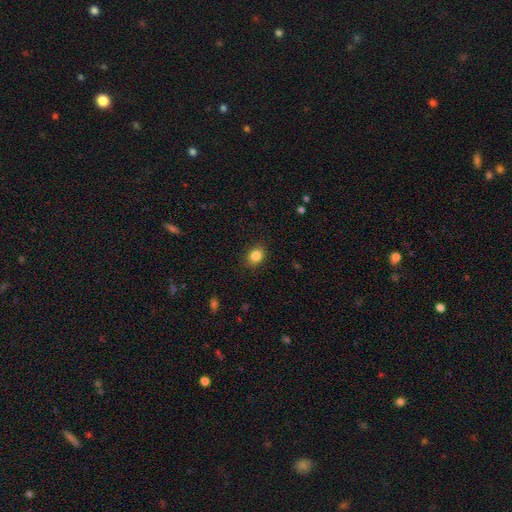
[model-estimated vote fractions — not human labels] Q: Smooth or featured?
A: smooth (85%); runner-up: star or artifact (10%)
Q: How rounded?
A: in between (51%); runner-up: round (48%)
Q: Merging?
A: none (88%); runner-up: minor disturbance (9%)